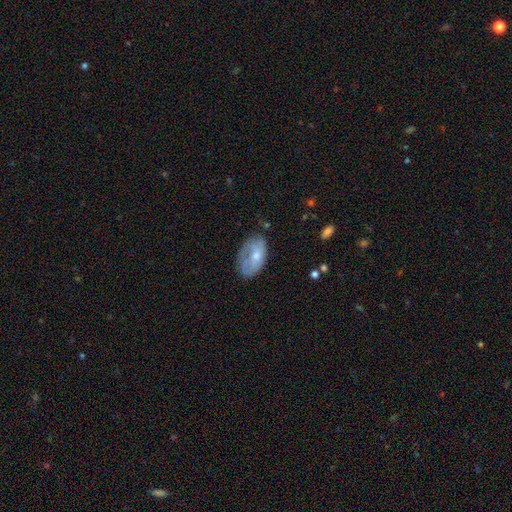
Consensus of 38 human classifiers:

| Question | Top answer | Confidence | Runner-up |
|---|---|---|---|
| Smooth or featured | smooth | 47% | featured or disk (45%) |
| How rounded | in between | 100% | — |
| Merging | minor disturbance | 43% | none (34%) |